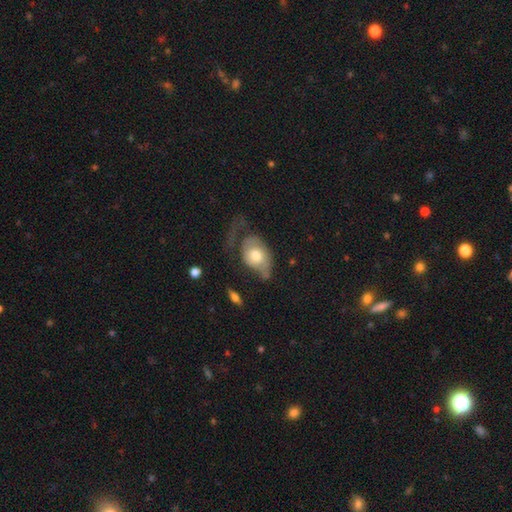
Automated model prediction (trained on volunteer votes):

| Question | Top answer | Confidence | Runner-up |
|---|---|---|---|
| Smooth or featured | smooth | 51% | featured or disk (43%) |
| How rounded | in between | 74% | round (24%) |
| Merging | major disturbance | 51% | none (23%) |